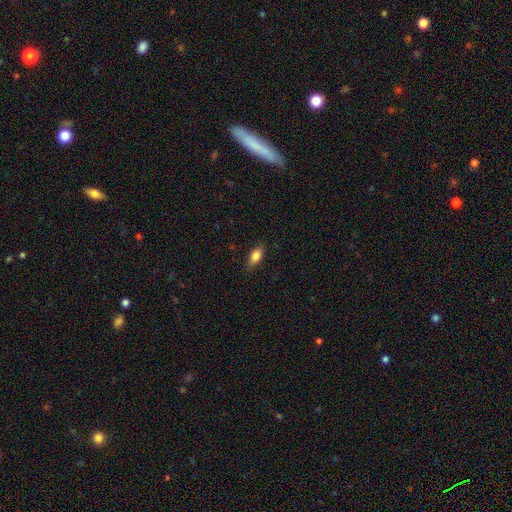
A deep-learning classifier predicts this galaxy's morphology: This appears to be a smooth galaxy with no disk features (82%) that is in between round and cigar-shaped (86%). Merging: none (85%).